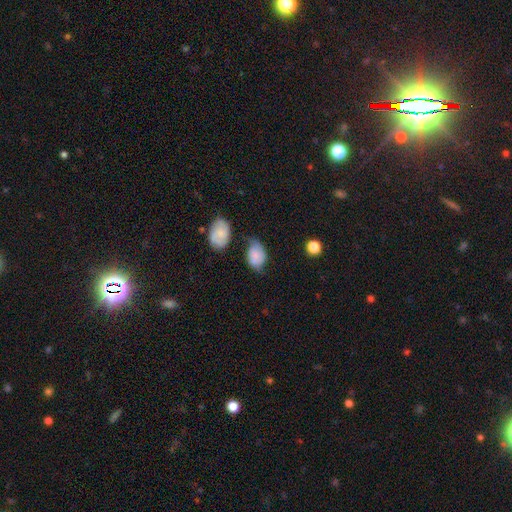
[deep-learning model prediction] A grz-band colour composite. It shows a smooth galaxy with no disk features (70%) that is in between round and cigar-shaped (81%). Merging: none (40%).